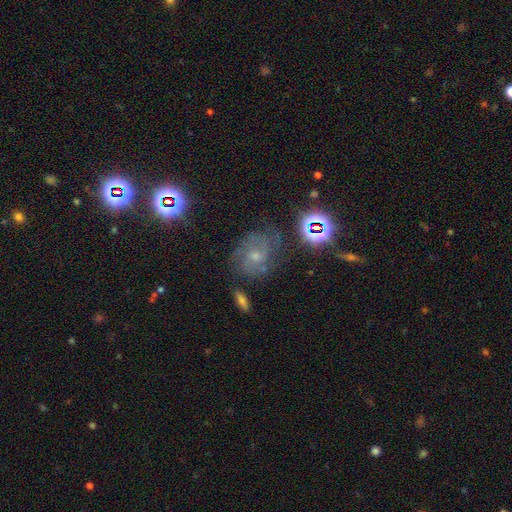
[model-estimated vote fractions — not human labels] Morphology: type=featured or disk (64%); edge-on=no (97%); bar=no (62%); spiral arms=yes (91%); winding=tight (48%); arm count=can't tell (33%); bulge=small (51%); merging=none (66%).